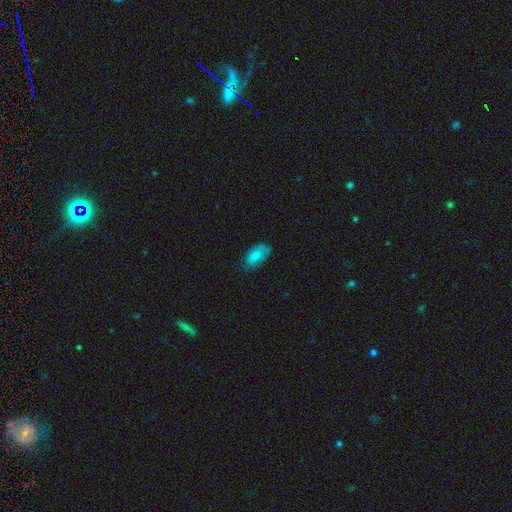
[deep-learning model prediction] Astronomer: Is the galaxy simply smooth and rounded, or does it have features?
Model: smooth — 76%.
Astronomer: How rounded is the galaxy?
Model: in between — 92%.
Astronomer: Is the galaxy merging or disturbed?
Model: none — 59%.